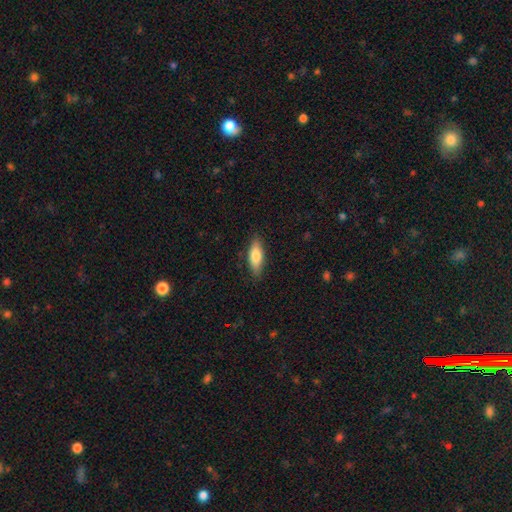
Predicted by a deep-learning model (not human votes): A smooth galaxy with no disk features (76%) that is in between round and cigar-shaped (64%). Merging: none (85%).